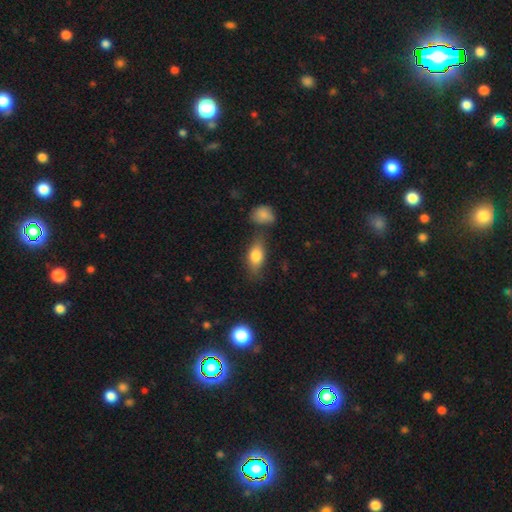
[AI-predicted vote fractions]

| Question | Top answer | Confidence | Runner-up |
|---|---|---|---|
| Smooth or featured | smooth | 75% | featured or disk (17%) |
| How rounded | in between | 83% | cigar-shaped (9%) |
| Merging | none | 70% | minor disturbance (17%) |